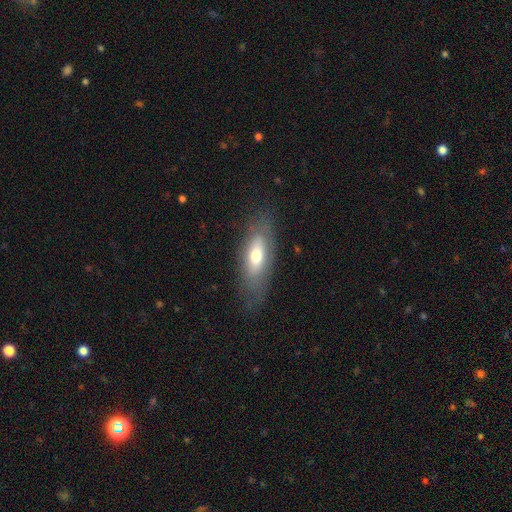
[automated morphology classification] Smooth or featured?
  - smooth: 60% *
  - featured or disk: 32%
  - star or artifact: 7%
How rounded?
  - in between: 75% *
  - cigar-shaped: 21%
  - round: 4%
Merging?
  - none: 72% *
  - minor disturbance: 18%
  - major disturbance: 9%
  - merger: 1%